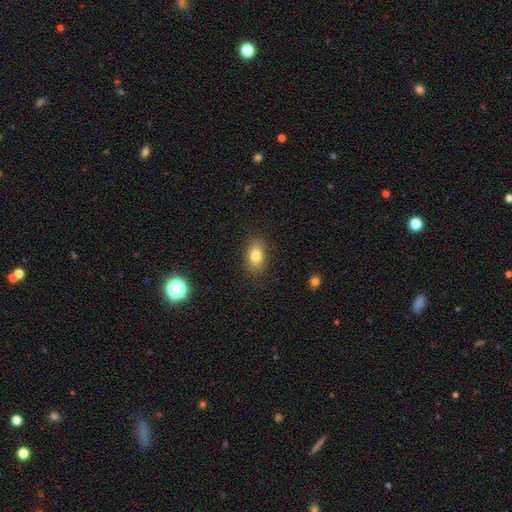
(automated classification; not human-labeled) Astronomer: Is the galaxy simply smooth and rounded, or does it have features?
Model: smooth — 81%.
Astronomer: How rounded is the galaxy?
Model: in between — 86%.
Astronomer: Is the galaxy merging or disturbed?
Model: none — 87%.